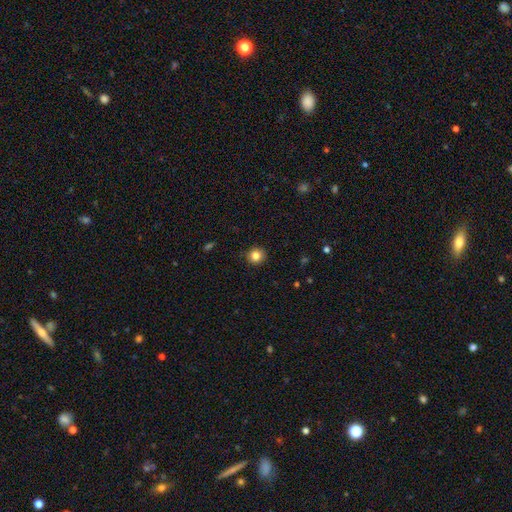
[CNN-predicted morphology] type=smooth (83%); roundness=round (93%); merging=none (92%).